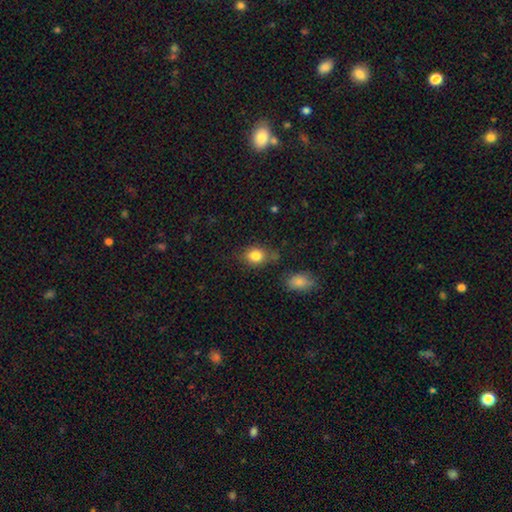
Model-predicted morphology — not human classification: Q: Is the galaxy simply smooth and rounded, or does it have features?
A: smooth — 83%.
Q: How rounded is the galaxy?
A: in between — 54%.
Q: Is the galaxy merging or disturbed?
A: none — 67%.